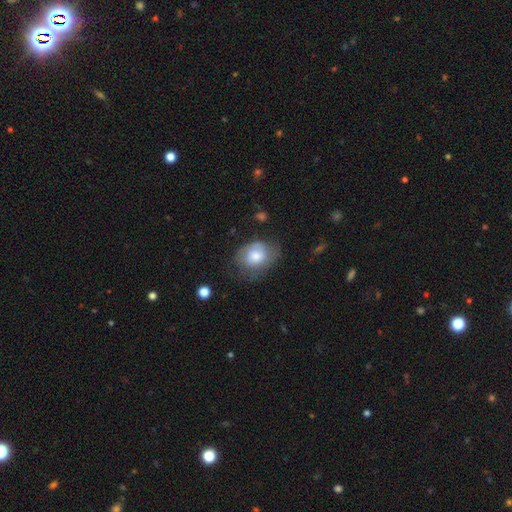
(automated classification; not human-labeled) This is possibly a smooth galaxy (59%). How rounded: possibly in between (60%). Merging: possibly none (51%).